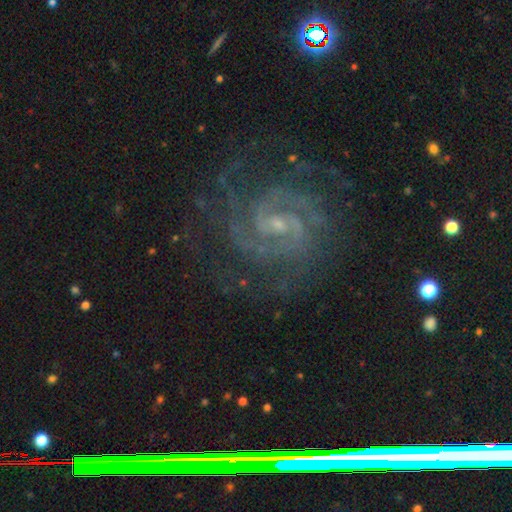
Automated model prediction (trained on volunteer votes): Smooth or featured?
  - featured or disk: 89% *
  - star or artifact: 8%
  - smooth: 4%
Edge-on disk?
  - no: 98% *
  - yes: 2%
Bar?
  - weak: 44% *
  - no: 41%
  - strong: 15%
Spiral arms?
  - yes: 98% *
  - no: 2%
Spiral winding?
  - tight: 63% *
  - medium: 33%
  - loose: 5%
Spiral arm count?
  - 2: 60% *
  - 3: 12%
  - can't tell: 11%
  - 4: 7%
  - more than 4: 5%
  - 1: 5%
Bulge size?
  - small: 76% *
  - moderate: 17%
  - none: 5%
  - large: 1%
  - dominant: 1%
Merging?
  - none: 77% *
  - minor disturbance: 14%
  - major disturbance: 8%
  - merger: 1%